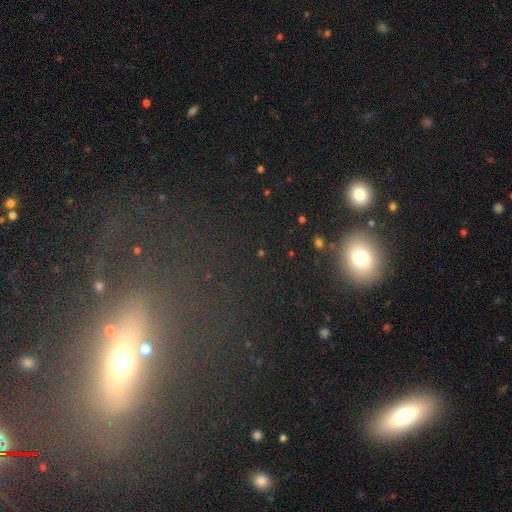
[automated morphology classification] Smooth or featured? Predicted: smooth (p=0.46). Merging? Predicted: none (p=0.74).